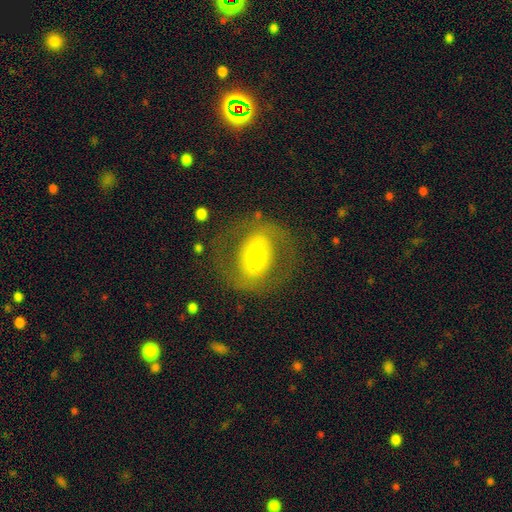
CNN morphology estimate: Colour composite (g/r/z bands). It shows a featured or disk galaxy (60%) with no bar (48%), no spiral arms (54%) and a moderate central bulge (65%). Merging: none (72%).